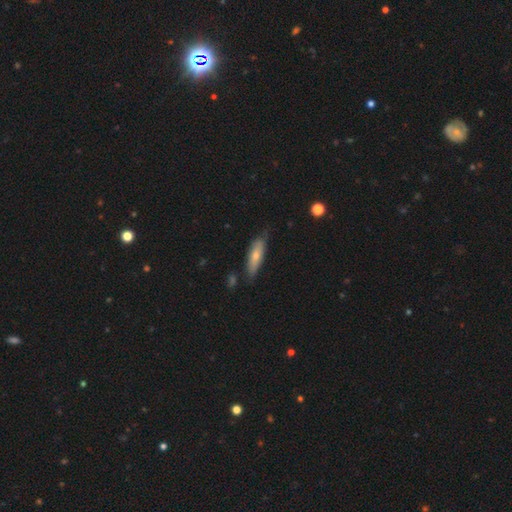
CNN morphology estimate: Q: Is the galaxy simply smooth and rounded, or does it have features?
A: smooth — 65%.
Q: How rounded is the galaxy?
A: in between — 51%.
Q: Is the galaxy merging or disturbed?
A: none — 66%.